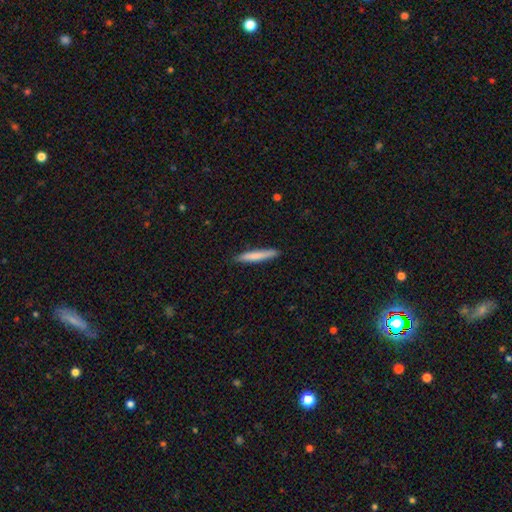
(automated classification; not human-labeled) Smooth or featured? smooth (78%)
How rounded? cigar-shaped (93%)
Merging? none (87%)